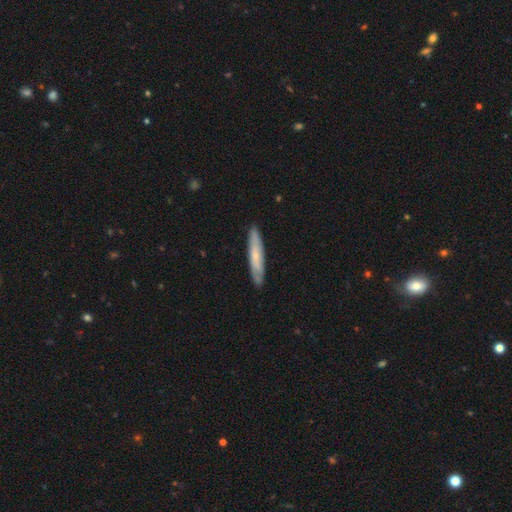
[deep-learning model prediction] smooth_or_featured: smooth (p=0.54) [alt: featured or disk p=0.40]
how_rounded: cigar-shaped (p=0.89) [alt: in between p=0.09]
merging: none (p=0.87) [alt: minor disturbance p=0.11]